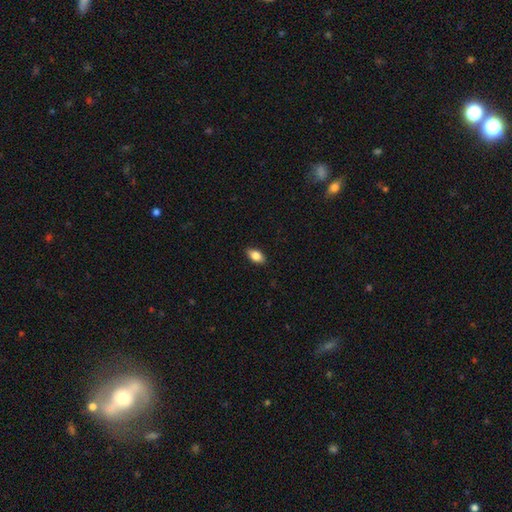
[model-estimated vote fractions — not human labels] Overall: smooth (83%). How rounded: in between (91%). Merging: none (89%).